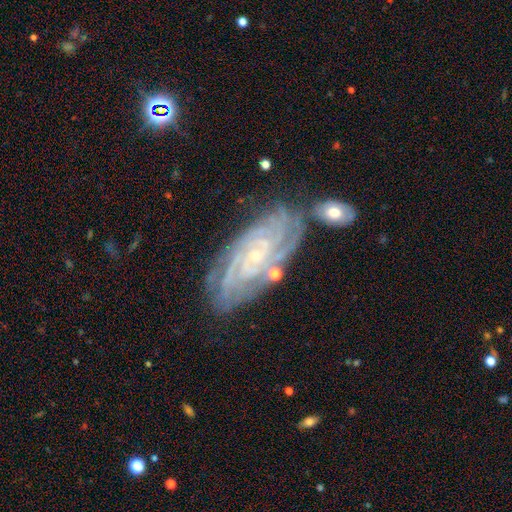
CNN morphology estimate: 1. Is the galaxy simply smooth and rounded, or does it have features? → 87% featured or disk, 7% star or artifact, 6% smooth.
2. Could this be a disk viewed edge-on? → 94% no, 6% yes.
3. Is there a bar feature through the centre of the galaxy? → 68% no, 23% weak, 8% strong.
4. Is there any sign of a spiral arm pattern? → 98% yes, 2% no.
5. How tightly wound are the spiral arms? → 77% tight, 20% medium, 4% loose.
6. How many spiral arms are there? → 26% 4, 24% can't tell, 18% 3, 13% more than 4, 12% 2, 6% 1.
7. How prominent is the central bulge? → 83% small, 12% moderate, 3% none, 1% large, 1% dominant.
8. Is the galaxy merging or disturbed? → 70% none, 17% minor disturbance, 8% merger, 6% major disturbance.